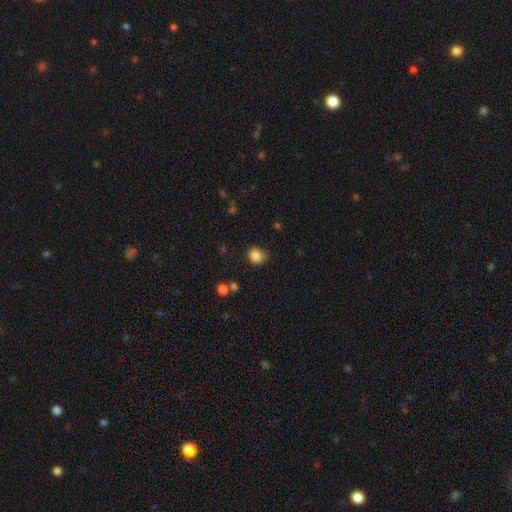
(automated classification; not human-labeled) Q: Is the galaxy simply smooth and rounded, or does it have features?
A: smooth — 84%.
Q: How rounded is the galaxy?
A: round — 78%.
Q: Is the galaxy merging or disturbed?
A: none — 73%.